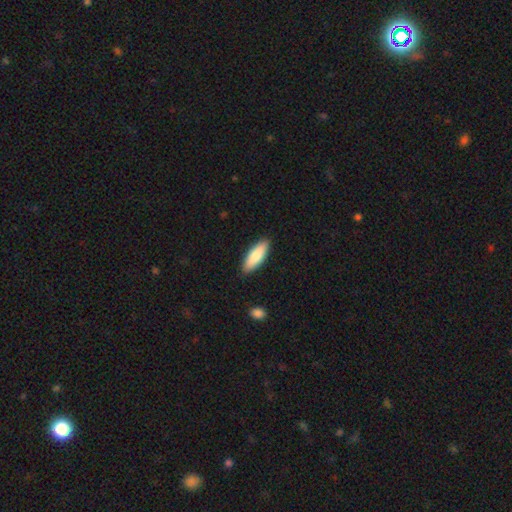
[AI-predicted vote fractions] Smooth or featured? smooth (83%)
How rounded? in between (62%)
Merging? none (88%)